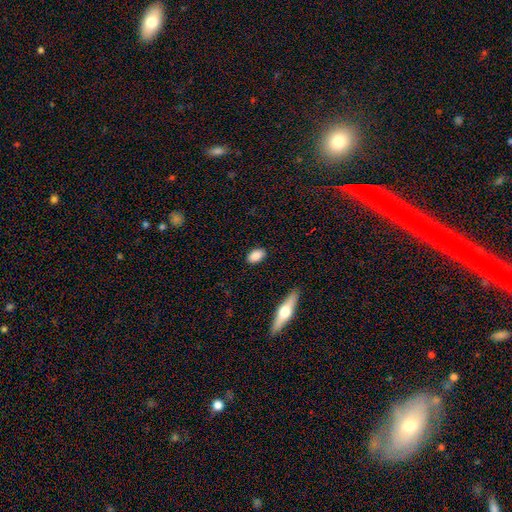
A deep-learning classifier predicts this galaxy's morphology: smooth-or-featured: smooth: 86% | star or artifact: 7% | featured or disk: 7%
  how-rounded: in between: 88% | round: 9% | cigar-shaped: 3%
  merging: none: 86% | minor disturbance: 10% | major disturbance: 2% | merger: 1%